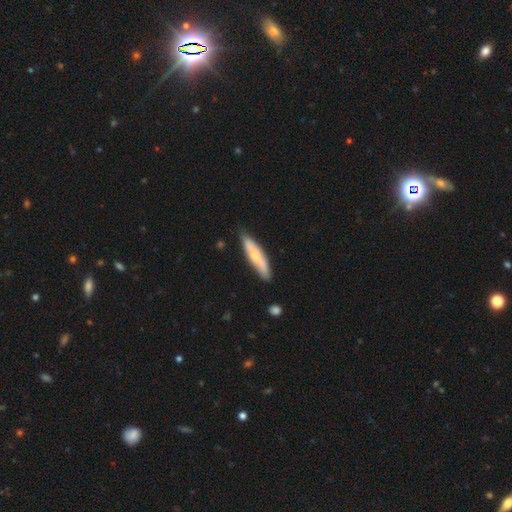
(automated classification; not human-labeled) smooth-or-featured: smooth: 56% | featured or disk: 39% | star or artifact: 5%
  how-rounded: cigar-shaped: 79% | in between: 19% | round: 2%
  merging: none: 81% | minor disturbance: 14% | major disturbance: 2% | merger: 2%